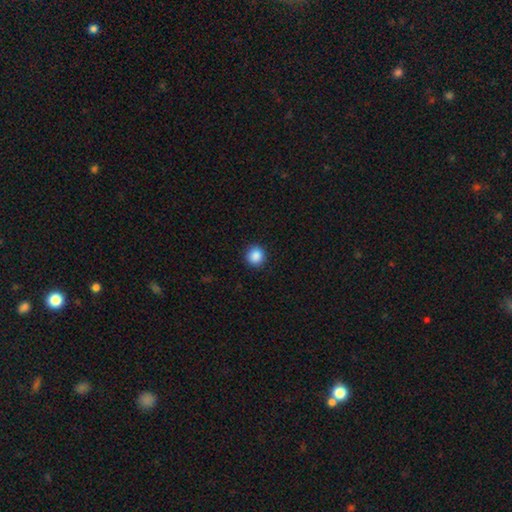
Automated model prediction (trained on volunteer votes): smooth 88%, star or artifact 9%, featured or disk 3%. Down the decision tree: how rounded — round (91%); merging — none (91%).